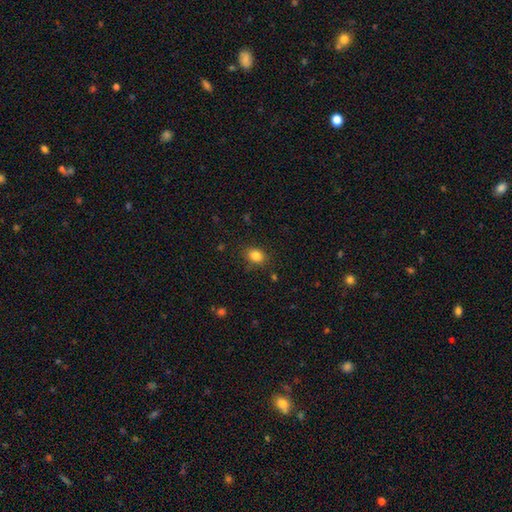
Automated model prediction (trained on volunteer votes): Smooth or featured: smooth — 84% (star or artifact — 11%)
How rounded: in between — 58% (round — 41%)
Merging: none — 85% (minor disturbance — 11%)